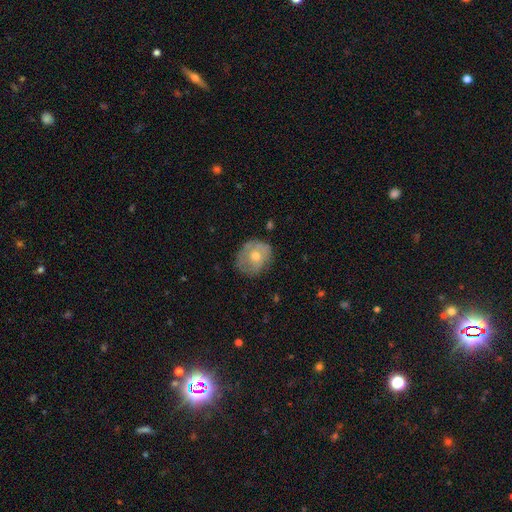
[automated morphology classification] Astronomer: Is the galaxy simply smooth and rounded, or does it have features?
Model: smooth — 47% (runner-up: featured or disk, 44%).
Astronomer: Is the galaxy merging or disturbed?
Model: none — 70%.